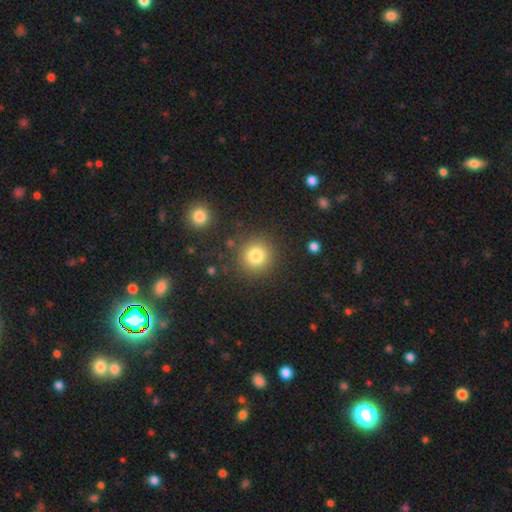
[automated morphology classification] A smooth galaxy with no disk features (81%) that is round (93%).

Vote fractions:
- Smooth or featured? smooth: 81% / star or artifact: 12% / featured or disk: 7%
- How rounded? round: 93% / in between: 6% / cigar-shaped: 1%
- Merging? none: 87% / minor disturbance: 7% / major disturbance: 3% / merger: 3%